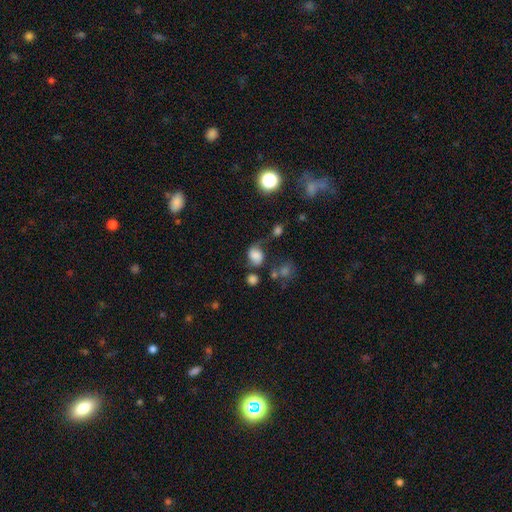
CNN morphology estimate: Smooth or featured? Predicted: smooth (p=0.66). How rounded? Predicted: round (p=0.51). Merging? Predicted: none (p=0.42).